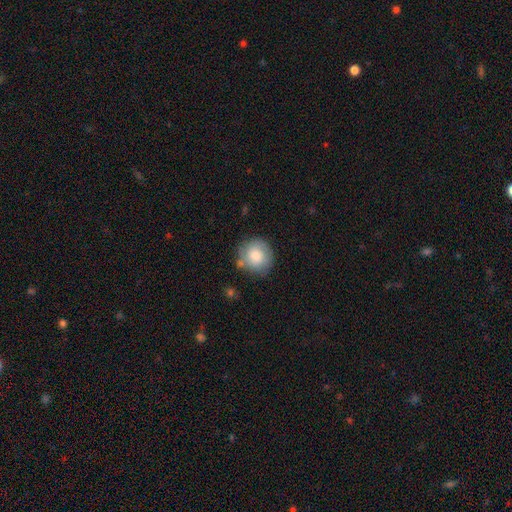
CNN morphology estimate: smooth 77%, featured or disk 16%, star or artifact 7%. Down the decision tree: how rounded — round (89%); merging — none (71%).